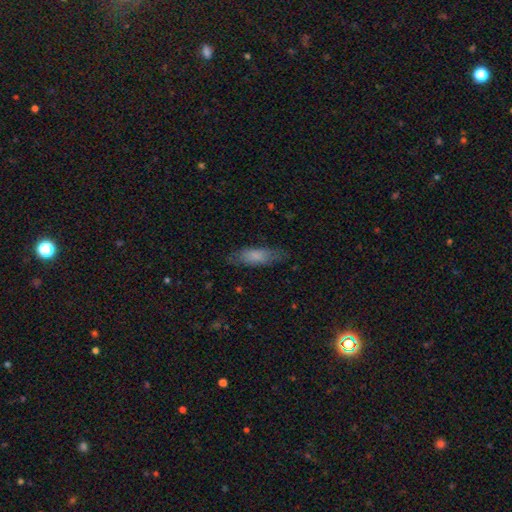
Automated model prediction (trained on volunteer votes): smooth 75%, featured or disk 18%, star or artifact 7%. Down the decision tree: how rounded — in between (58%); merging — none (76%).